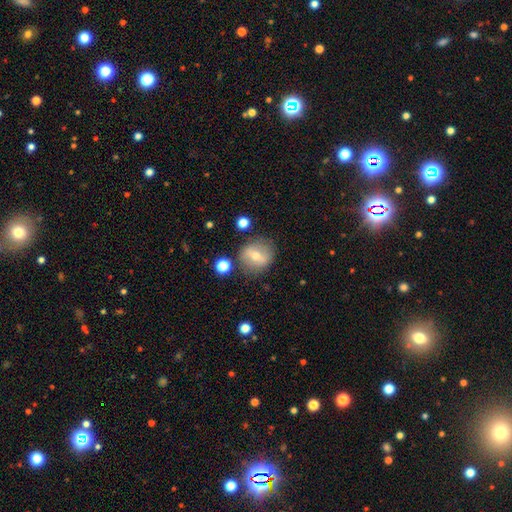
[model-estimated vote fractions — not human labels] Q: Smooth or featured?
A: smooth (50%); runner-up: featured or disk (40%)
Q: How rounded?
A: round (80%); runner-up: in between (19%)
Q: Merging?
A: none (76%); runner-up: minor disturbance (14%)